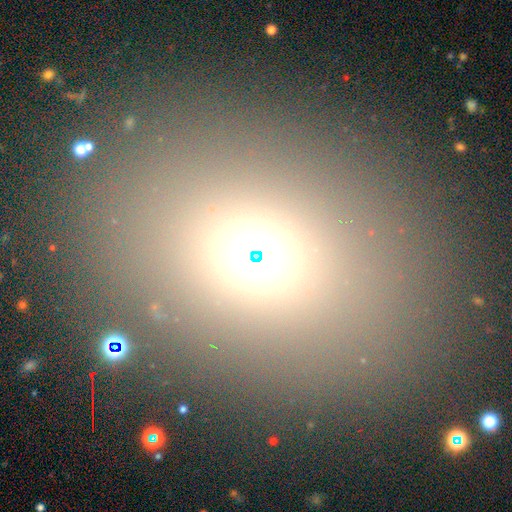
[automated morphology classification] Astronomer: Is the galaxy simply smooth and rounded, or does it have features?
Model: smooth — 59%.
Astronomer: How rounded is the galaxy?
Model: round — 56% (runner-up: in between, 41%).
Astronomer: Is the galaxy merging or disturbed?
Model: none — 79%.